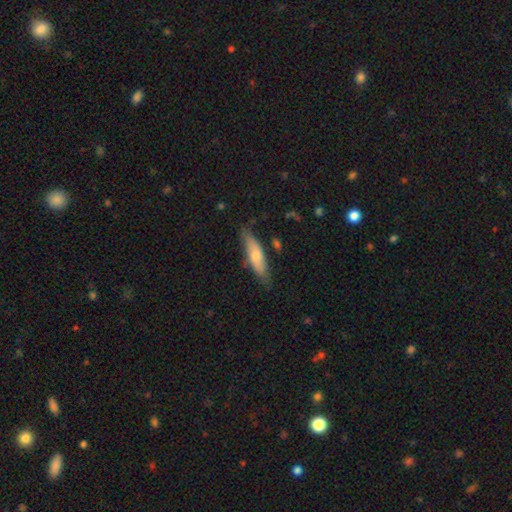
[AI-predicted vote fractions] Smooth or featured: smooth — 65% (featured or disk — 29%)
How rounded: cigar-shaped — 67% (in between — 31%)
Merging: none — 77% (minor disturbance — 17%)